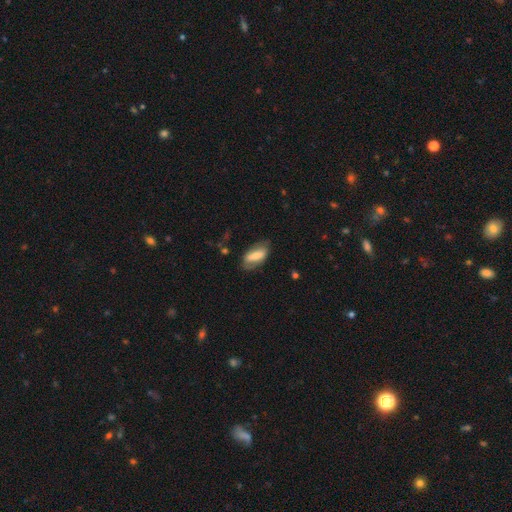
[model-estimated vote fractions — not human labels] Smooth or featured: smooth — 57% (featured or disk — 36%)
How rounded: in between — 85% (cigar-shaped — 12%)
Merging: none — 67% (minor disturbance — 22%)